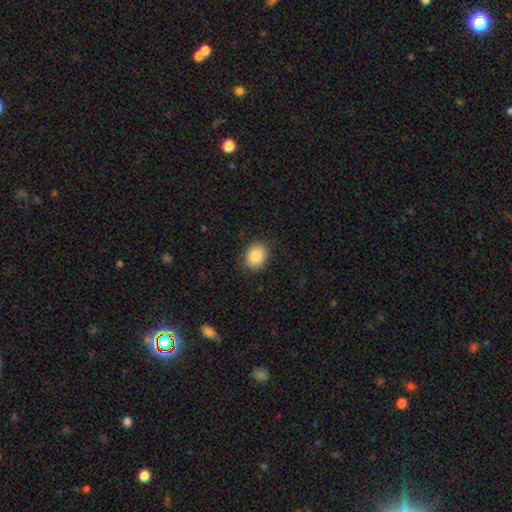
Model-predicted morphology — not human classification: Smooth or featured?
  - smooth: 87% *
  - star or artifact: 8%
  - featured or disk: 5%
How rounded?
  - in between: 50% *
  - round: 49%
  - cigar-shaped: 1%
Merging?
  - none: 88% *
  - minor disturbance: 9%
  - major disturbance: 2%
  - merger: 1%